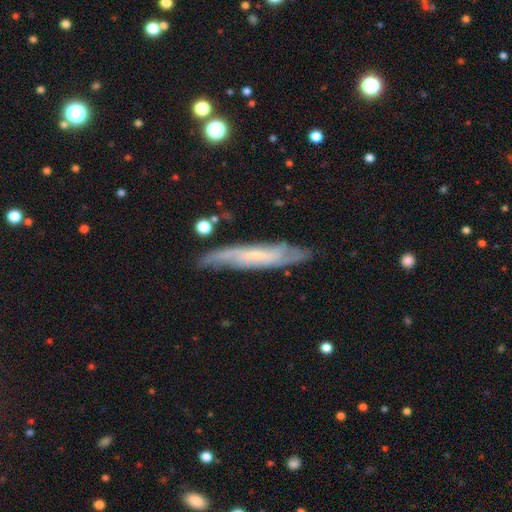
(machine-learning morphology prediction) type=featured or disk (67%); edge-on=yes (52%); merging=none (78%).